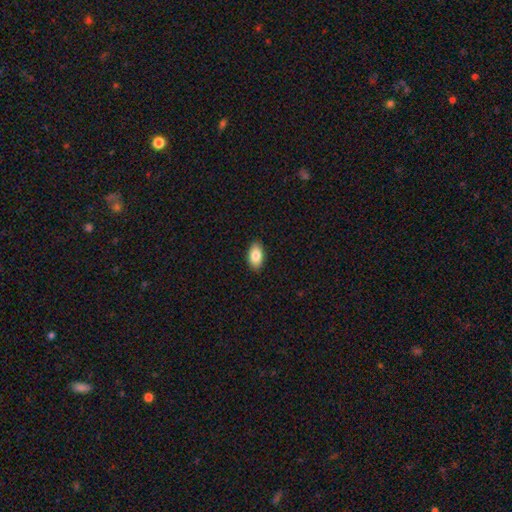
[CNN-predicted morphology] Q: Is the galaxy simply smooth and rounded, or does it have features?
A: smooth — 83%.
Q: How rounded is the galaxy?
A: in between — 93%.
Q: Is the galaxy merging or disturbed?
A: none — 90%.